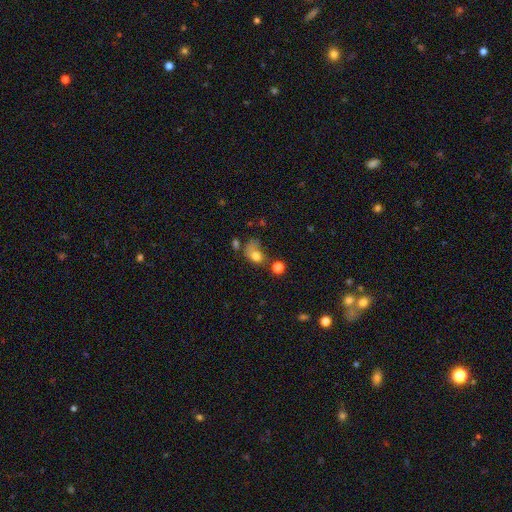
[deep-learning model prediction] Smooth or featured: smooth — 71% (featured or disk — 16%)
How rounded: in between — 59% (round — 40%)
Merging: major disturbance — 32% (none — 25%)